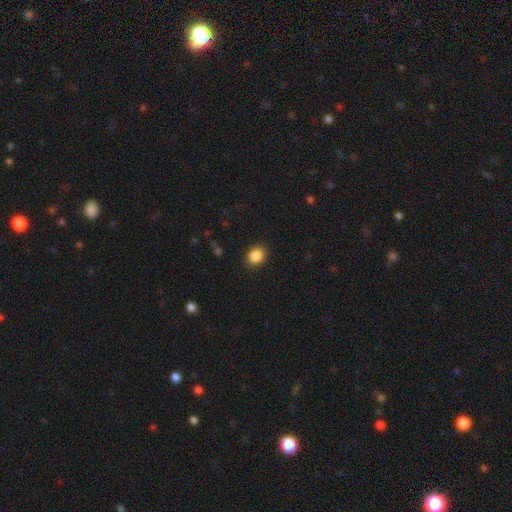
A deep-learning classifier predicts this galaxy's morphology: This is clearly a smooth galaxy (88%). How rounded: possibly round (60%). Merging: clearly none (89%).